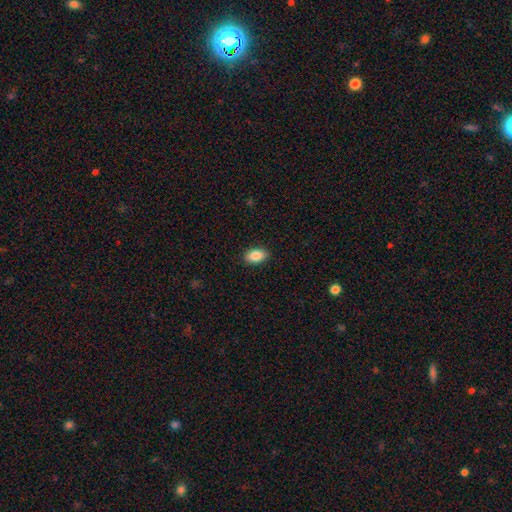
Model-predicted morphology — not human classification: Q: Smooth or featured?
A: smooth (87%); runner-up: star or artifact (8%)
Q: How rounded?
A: in between (90%); runner-up: round (9%)
Q: Merging?
A: none (89%); runner-up: minor disturbance (8%)